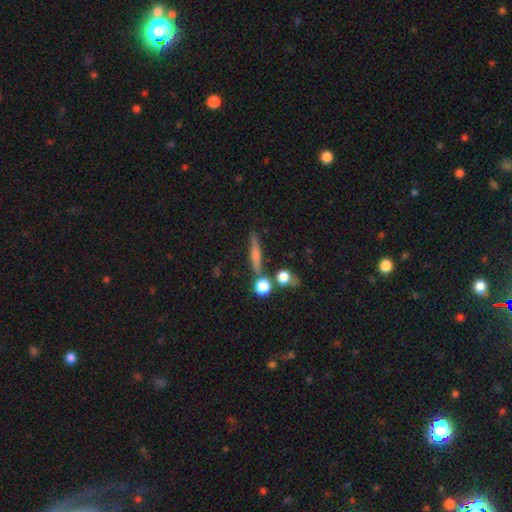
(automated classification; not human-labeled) Smooth or featured? smooth (50%)
Merging? none (74%)